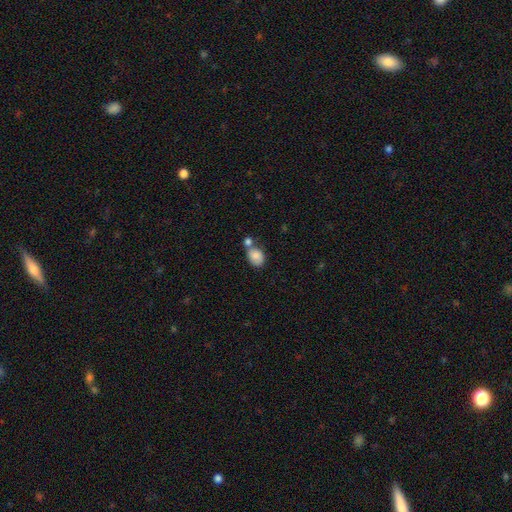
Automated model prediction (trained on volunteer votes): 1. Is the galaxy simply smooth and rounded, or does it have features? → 81% smooth, 11% featured or disk, 8% star or artifact.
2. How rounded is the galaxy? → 60% in between, 39% round, 1% cigar-shaped.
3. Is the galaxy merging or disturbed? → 40% merger, 39% none, 16% minor disturbance, 6% major disturbance.